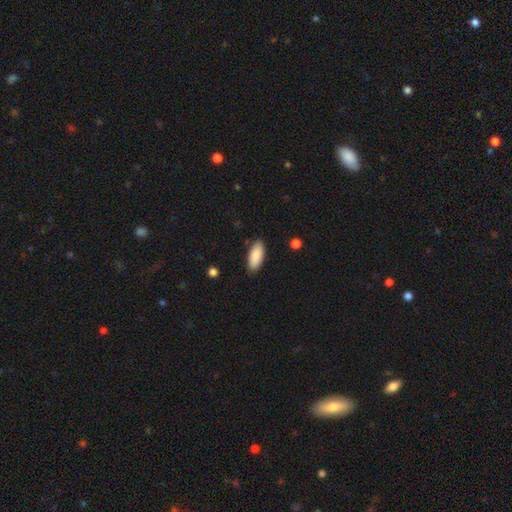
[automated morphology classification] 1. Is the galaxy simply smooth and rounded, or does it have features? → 89% smooth, 6% star or artifact, 5% featured or disk.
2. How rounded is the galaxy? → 84% in between, 15% cigar-shaped, 2% round.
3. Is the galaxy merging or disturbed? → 87% none, 10% minor disturbance, 2% major disturbance, 1% merger.